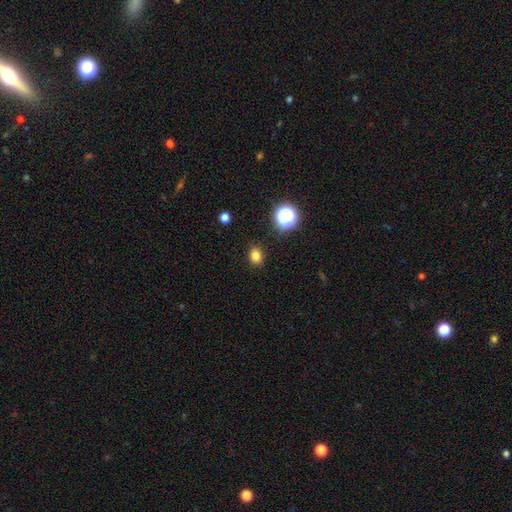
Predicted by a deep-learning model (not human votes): A smooth galaxy with no disk features (80%) that is in between round and cigar-shaped (50%).

Vote fractions:
- Smooth or featured? smooth: 80% / star or artifact: 15% / featured or disk: 5%
- How rounded? in between: 50% / round: 49% / cigar-shaped: 1%
- Merging? none: 88% / minor disturbance: 9% / major disturbance: 2% / merger: 1%